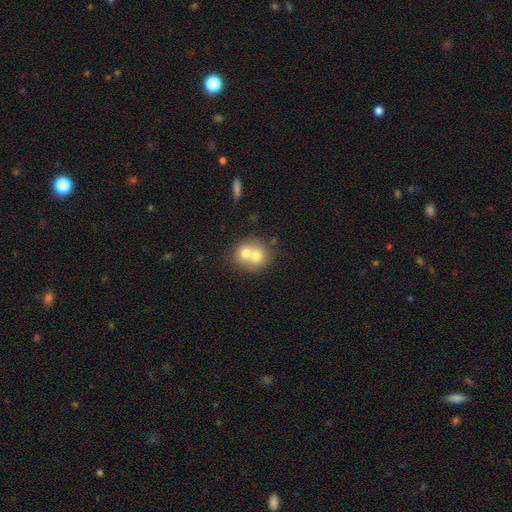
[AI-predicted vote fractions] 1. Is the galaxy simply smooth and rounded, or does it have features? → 67% smooth, 24% featured or disk, 9% star or artifact.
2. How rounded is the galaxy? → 75% round, 24% in between, 1% cigar-shaped.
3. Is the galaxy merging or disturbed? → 68% merger, 24% none, 5% minor disturbance, 2% major disturbance.